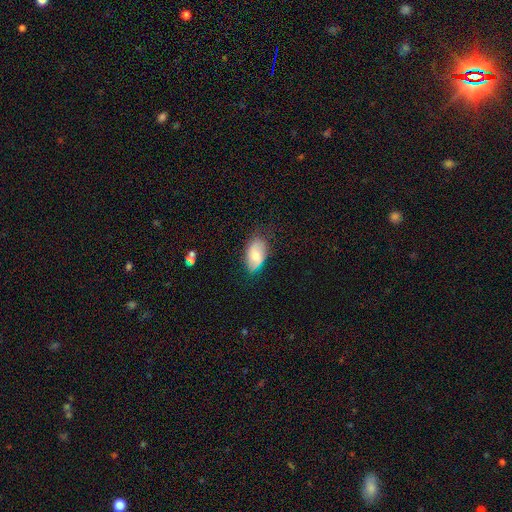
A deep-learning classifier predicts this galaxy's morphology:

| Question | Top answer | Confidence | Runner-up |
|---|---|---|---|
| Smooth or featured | smooth | 60% | featured or disk (32%) |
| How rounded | in between | 91% | round (7%) |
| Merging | none | 65% | minor disturbance (27%) |